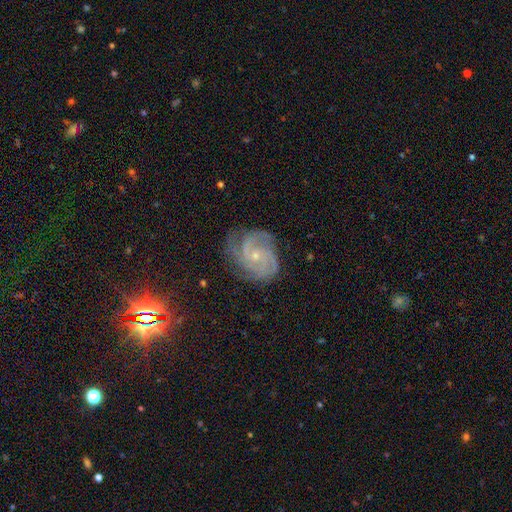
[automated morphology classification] This is clearly a featured or disk galaxy (86%). It is clearly not viewed edge-on (98%). Bar: likely no (70%). Spiral arm pattern: clearly yes (98%). Spiral arm count: marginally 3 (41%). Spiral winding: possibly tight (57%). Central bulge: likely small (75%). Merging: likely none (72%).